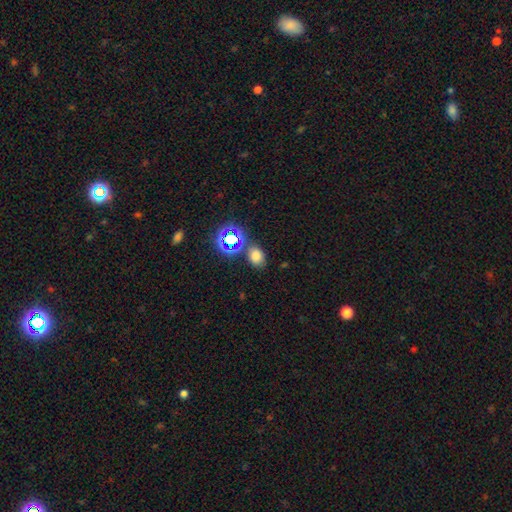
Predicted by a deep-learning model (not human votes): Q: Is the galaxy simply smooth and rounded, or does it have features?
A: smooth — 68%.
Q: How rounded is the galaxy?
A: in between — 64%.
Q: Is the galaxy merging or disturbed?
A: none — 73%.